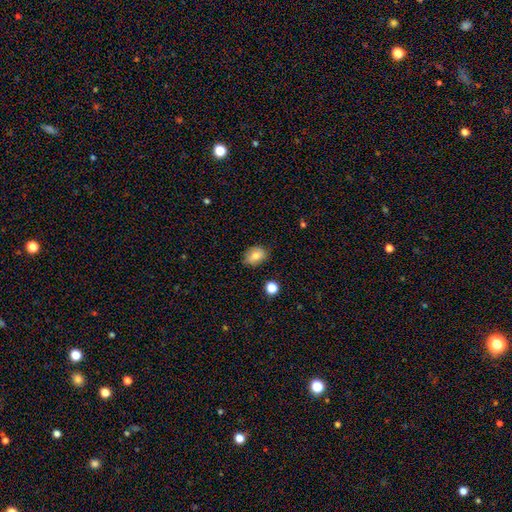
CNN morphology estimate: smooth 78%, featured or disk 13%, star or artifact 9%. Down the decision tree: how rounded — in between (69%); merging — none (79%).